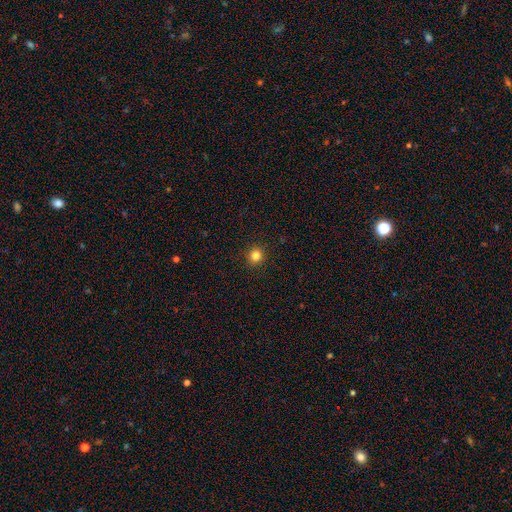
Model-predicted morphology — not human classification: A smooth galaxy with no disk features (82%) that is round (93%). Merging: none (93%).